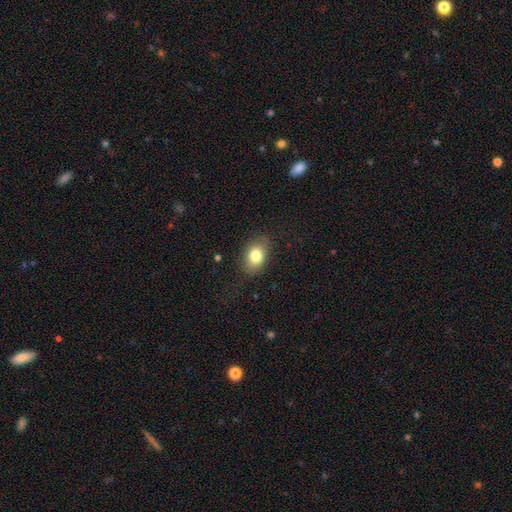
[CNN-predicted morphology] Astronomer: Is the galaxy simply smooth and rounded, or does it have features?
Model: smooth — 80%.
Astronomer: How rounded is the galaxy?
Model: in between — 81%.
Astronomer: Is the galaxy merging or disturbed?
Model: none — 81%.